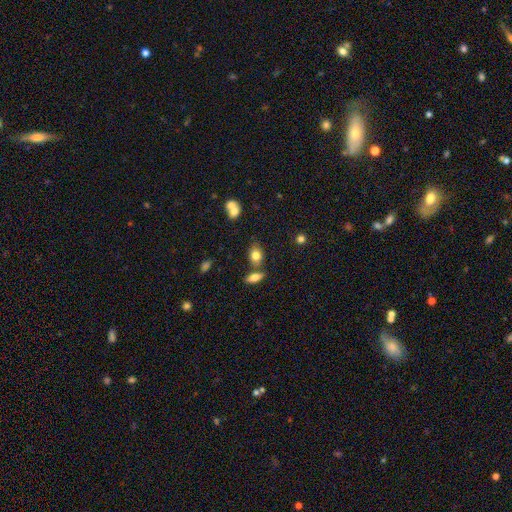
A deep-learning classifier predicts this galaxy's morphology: The model was most divided on "merging": none: 63%, merger: 18%, minor disturbance: 14%, major disturbance: 4%. More confident: smooth or featured — smooth (80%); how rounded — in between (72%).